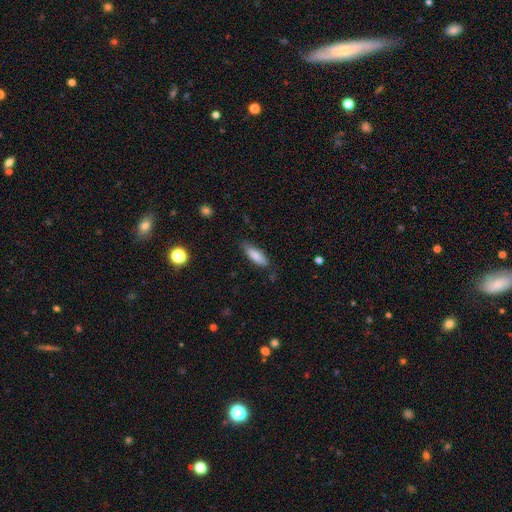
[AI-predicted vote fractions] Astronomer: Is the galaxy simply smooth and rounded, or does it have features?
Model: smooth — 83%.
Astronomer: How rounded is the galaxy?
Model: in between — 59% (runner-up: cigar-shaped, 40%).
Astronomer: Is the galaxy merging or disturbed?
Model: none — 74%.